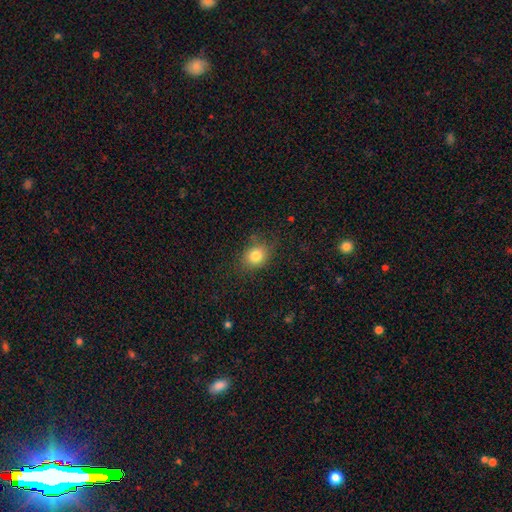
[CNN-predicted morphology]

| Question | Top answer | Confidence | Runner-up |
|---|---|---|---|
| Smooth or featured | smooth | 81% | star or artifact (12%) |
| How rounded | round | 61% | in between (38%) |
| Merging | none | 77% | minor disturbance (16%) |